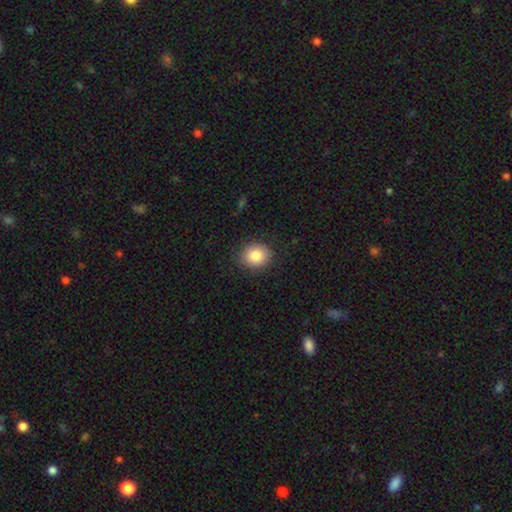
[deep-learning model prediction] smooth_or_featured: smooth (p=0.84) [alt: star or artifact p=0.09]
how_rounded: round (p=0.63) [alt: in between p=0.36]
merging: none (p=0.86) [alt: minor disturbance p=0.10]